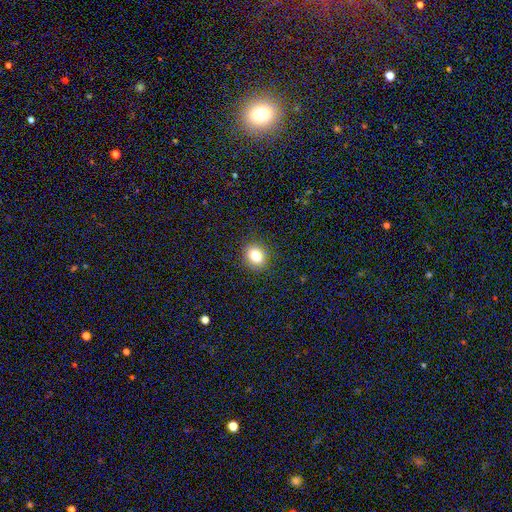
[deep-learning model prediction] smooth-or-featured: smooth: 81% | star or artifact: 11% | featured or disk: 8%
  how-rounded: round: 58% | in between: 41% | cigar-shaped: 1%
  merging: none: 89% | minor disturbance: 7% | major disturbance: 2% | merger: 1%